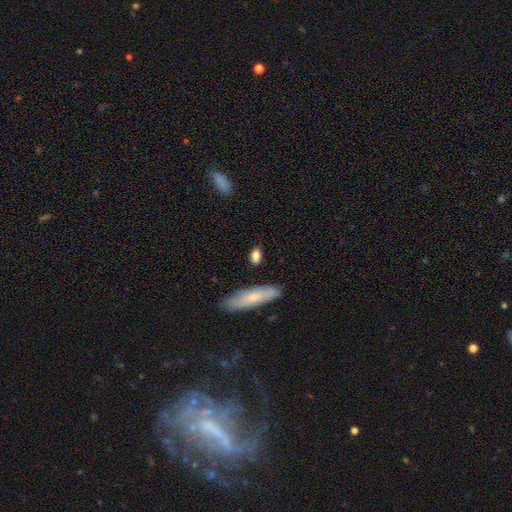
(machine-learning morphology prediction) Smooth or featured? smooth (81%)
How rounded? in between (75%)
Merging? none (78%)